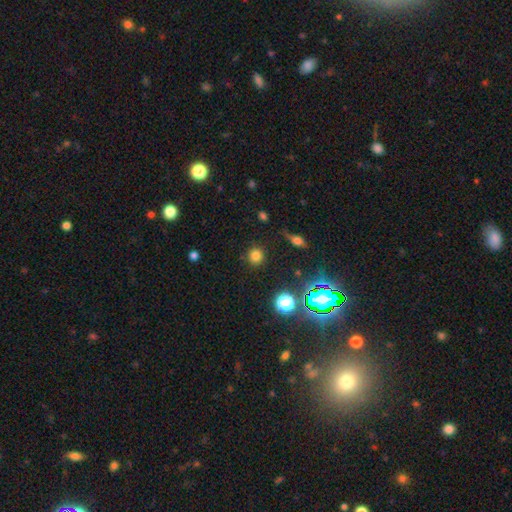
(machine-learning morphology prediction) The model was most divided on "smooth or featured": smooth: 76%, star or artifact: 18%, featured or disk: 6%. More confident: how rounded — round (91%); merging — none (87%).